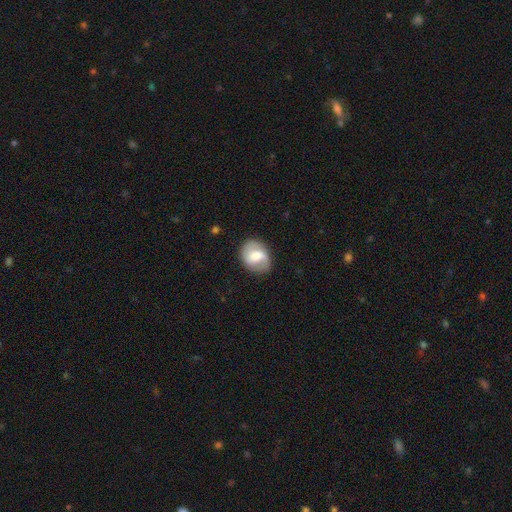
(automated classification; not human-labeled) Smooth or featured? featured or disk (51%)
Edge-on disk? no (97%)
Merging? none (77%)